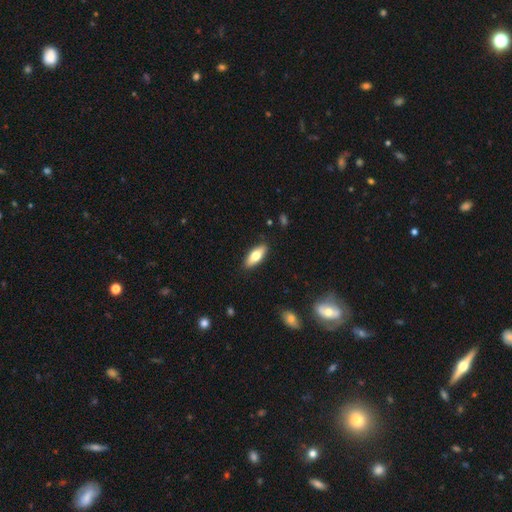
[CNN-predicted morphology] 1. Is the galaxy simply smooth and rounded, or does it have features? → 69% smooth, 25% featured or disk, 6% star or artifact.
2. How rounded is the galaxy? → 70% in between, 27% cigar-shaped, 2% round.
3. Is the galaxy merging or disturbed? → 89% none, 8% minor disturbance, 2% major disturbance, 1% merger.